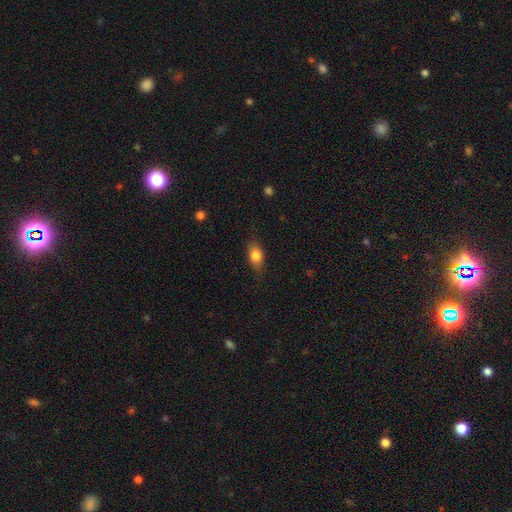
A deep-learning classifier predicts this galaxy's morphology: This is clearly a smooth galaxy (80%). How rounded: clearly in between (81%). Merging: clearly none (81%).